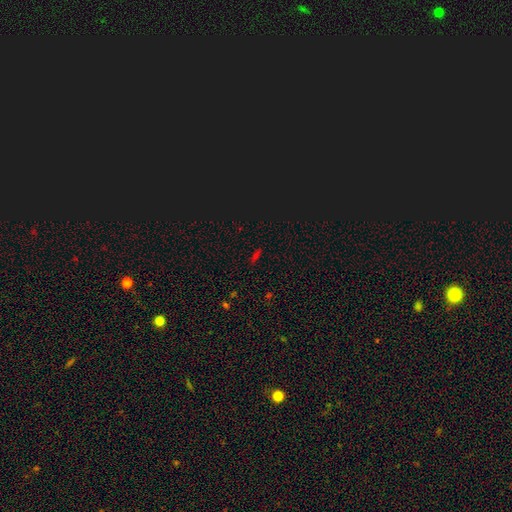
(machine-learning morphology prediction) star or artifact 54%, smooth 36%, featured or disk 10%.